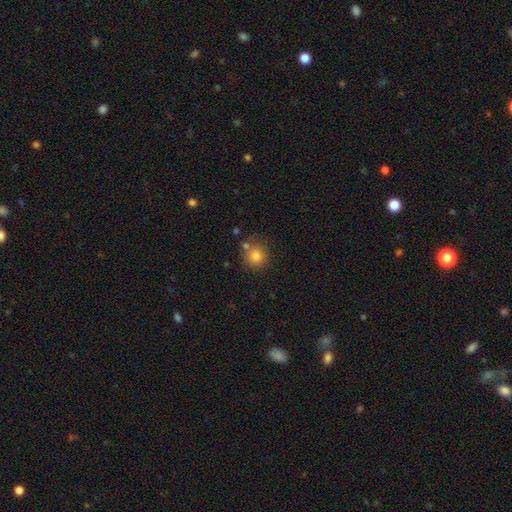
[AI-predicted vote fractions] Smooth or featured: smooth — 80% (star or artifact — 12%)
How rounded: round — 91% (in between — 8%)
Merging: none — 70% (merger — 13%)